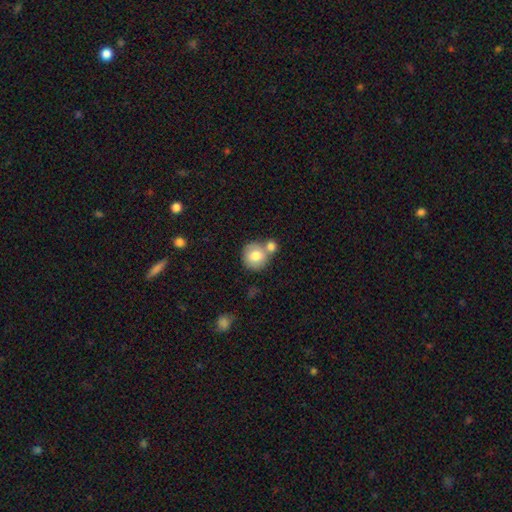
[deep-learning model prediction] Smooth or featured: smooth — 78% (featured or disk — 14%)
How rounded: round — 86% (in between — 13%)
Merging: none — 50% (merger — 36%)